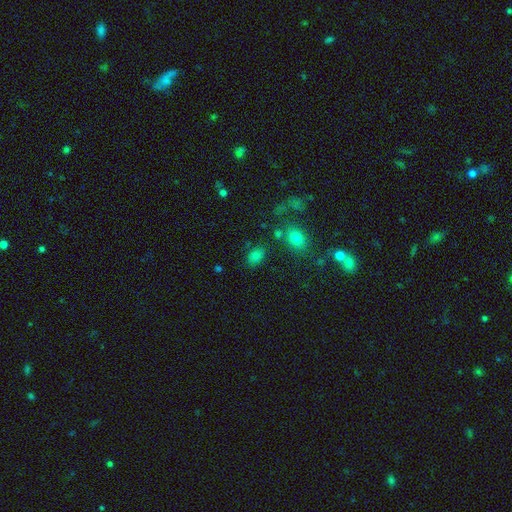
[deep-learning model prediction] This is likely a smooth galaxy (77%). How rounded: clearly in between (83%). Merging: likely none (77%).